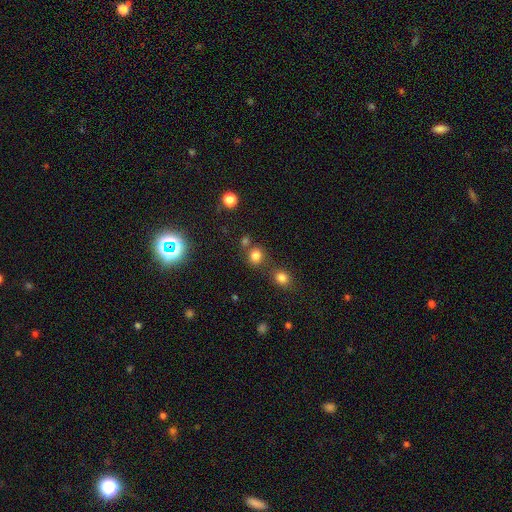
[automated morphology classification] Overall: smooth (78%). How rounded: round (82%). Merging: none (70%).